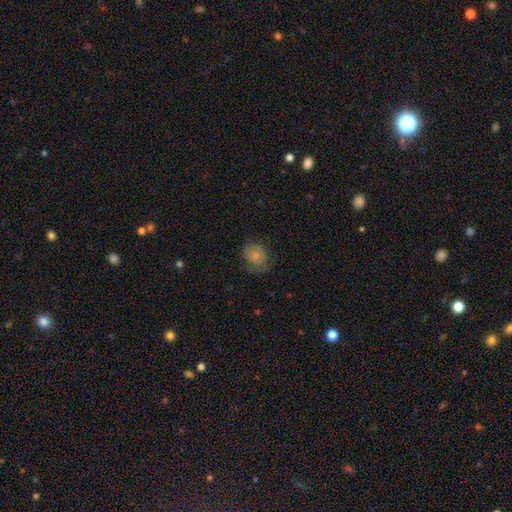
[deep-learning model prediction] This appears to be a smooth galaxy with no disk features (75%) that is round (63%). Merging: none (65%).